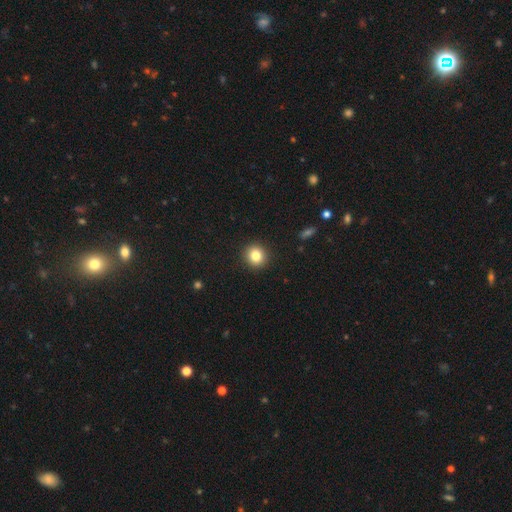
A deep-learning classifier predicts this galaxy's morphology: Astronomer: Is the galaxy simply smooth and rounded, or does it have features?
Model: smooth — 83%.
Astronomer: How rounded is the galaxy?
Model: round — 91%.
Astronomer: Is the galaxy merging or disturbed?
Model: none — 92%.